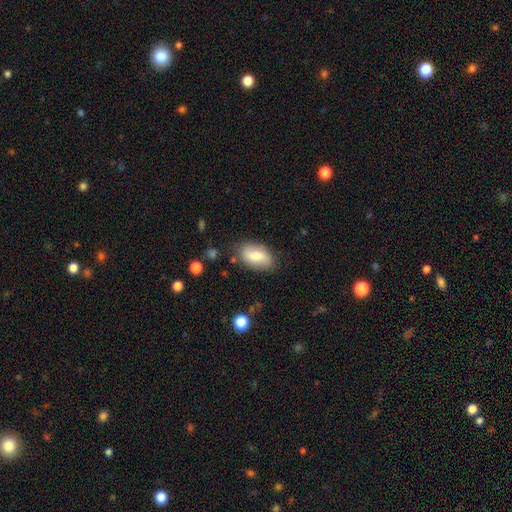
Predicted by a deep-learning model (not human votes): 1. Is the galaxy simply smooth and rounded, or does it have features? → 70% smooth, 23% featured or disk, 7% star or artifact.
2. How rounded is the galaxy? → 92% in between, 5% round, 3% cigar-shaped.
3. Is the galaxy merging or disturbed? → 80% none, 14% minor disturbance, 3% major disturbance, 2% merger.